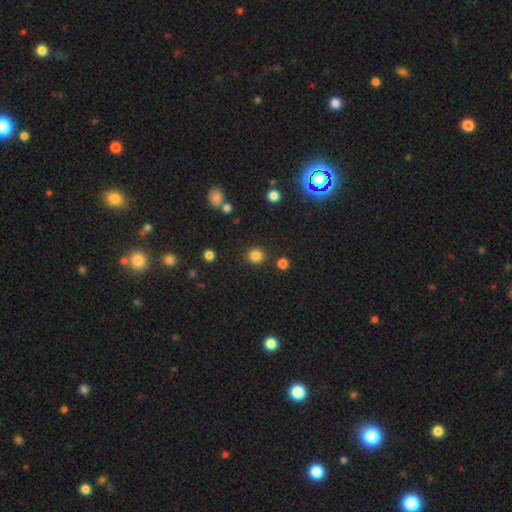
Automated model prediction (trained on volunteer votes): Smooth or featured? smooth (83%)
How rounded? round (89%)
Merging? none (88%)